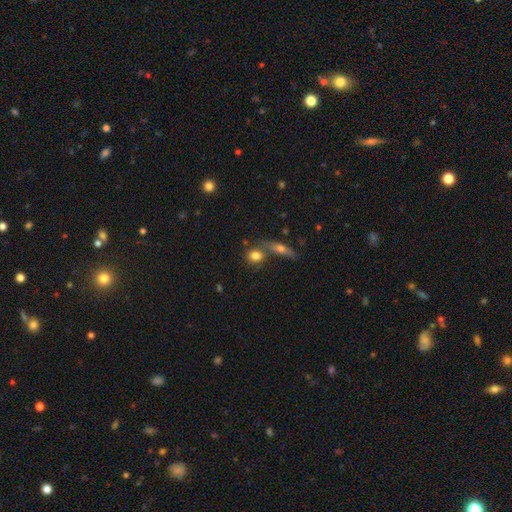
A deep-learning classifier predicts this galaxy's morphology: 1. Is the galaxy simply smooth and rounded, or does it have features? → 78% smooth, 13% featured or disk, 9% star or artifact.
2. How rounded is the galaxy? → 66% round, 28% in between, 6% cigar-shaped.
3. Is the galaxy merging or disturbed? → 56% none, 29% merger, 11% minor disturbance, 4% major disturbance.